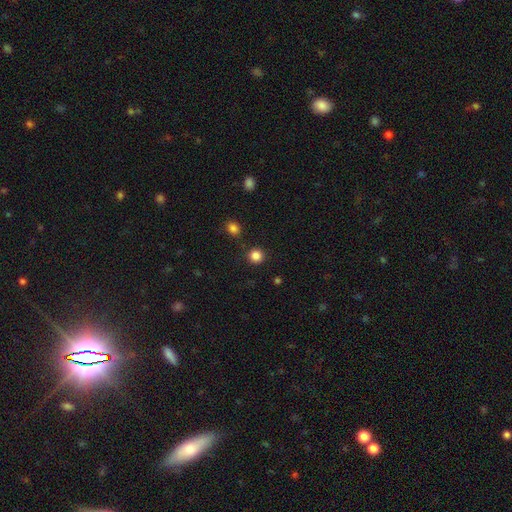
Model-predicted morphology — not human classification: Smooth or featured? smooth (84%)
How rounded? round (94%)
Merging? none (89%)